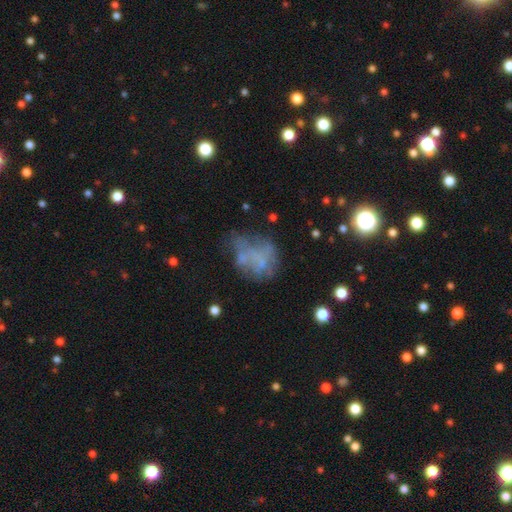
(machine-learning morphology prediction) This is marginally a featured or disk galaxy (44%). Merging: marginally none (40%).